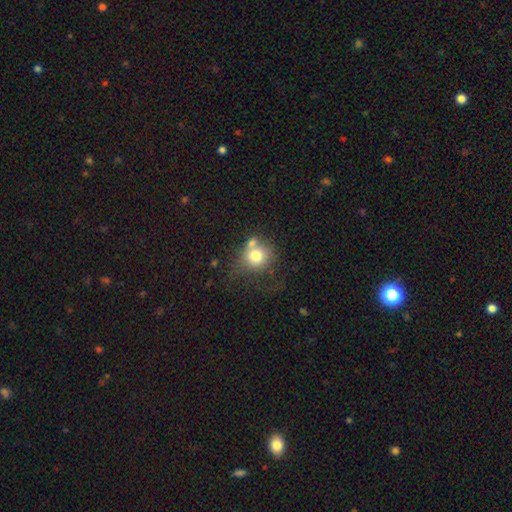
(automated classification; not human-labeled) Smooth or featured? smooth (72%)
How rounded? round (81%)
Merging? none (39%)